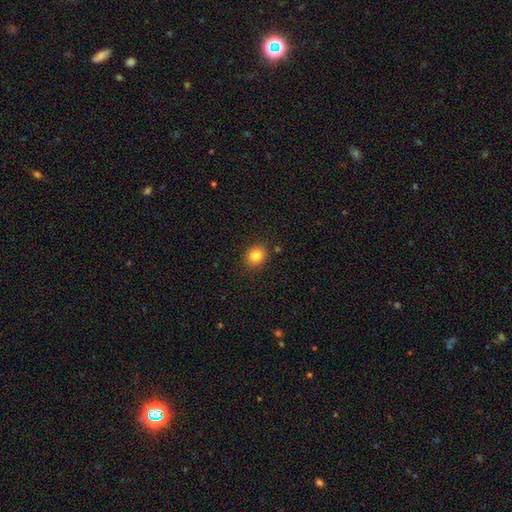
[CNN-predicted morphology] Smooth or featured: smooth — 83% (star or artifact — 11%)
How rounded: round — 78% (in between — 21%)
Merging: none — 87% (minor disturbance — 8%)